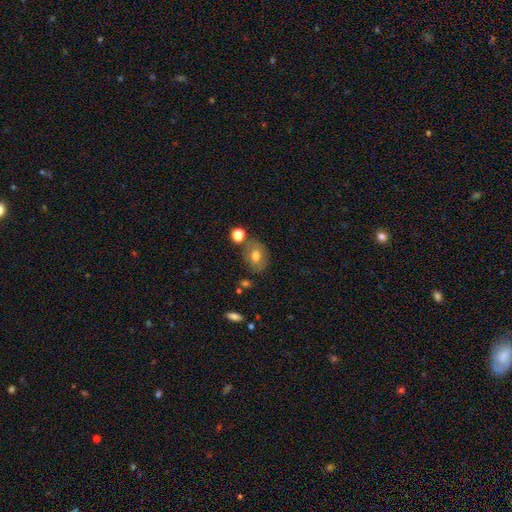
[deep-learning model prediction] smooth-or-featured: smooth: 70% | featured or disk: 20% | star or artifact: 10%
  how-rounded: in between: 65% | round: 33% | cigar-shaped: 1%
  merging: none: 70% | minor disturbance: 16% | merger: 9% | major disturbance: 5%